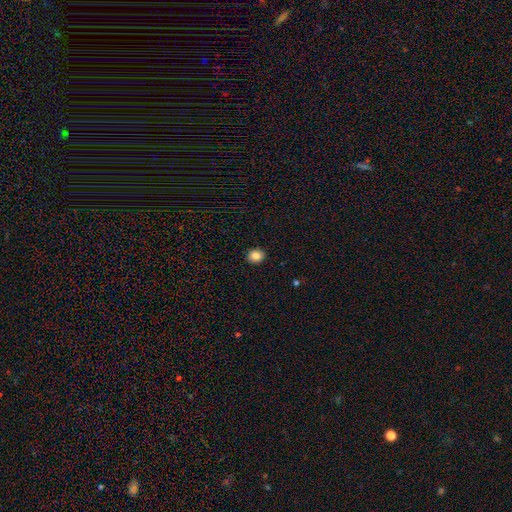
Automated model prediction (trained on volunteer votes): smooth-or-featured: smooth: 86% | star or artifact: 10% | featured or disk: 5%
  how-rounded: round: 66% | in between: 33% | cigar-shaped: 1%
  merging: none: 92% | minor disturbance: 6% | major disturbance: 2% | merger: 1%